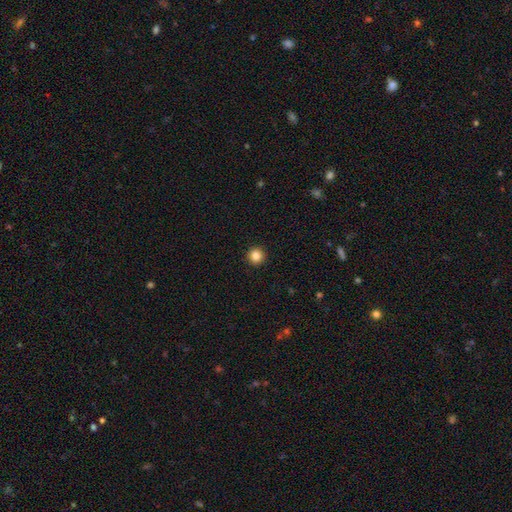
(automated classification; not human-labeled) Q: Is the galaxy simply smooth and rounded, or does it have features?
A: smooth — 85%.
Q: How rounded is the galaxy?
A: round — 96%.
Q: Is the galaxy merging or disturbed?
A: none — 94%.